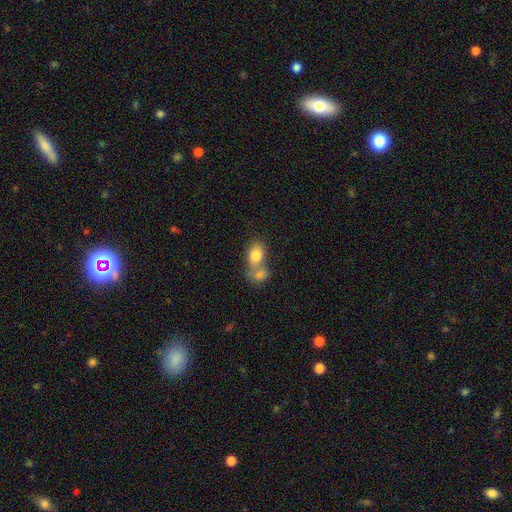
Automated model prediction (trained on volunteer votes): The model was most divided on "merging": merger: 60%, none: 27%, minor disturbance: 8%, major disturbance: 4%. More confident: smooth or featured — smooth (82%); how rounded — in between (77%).